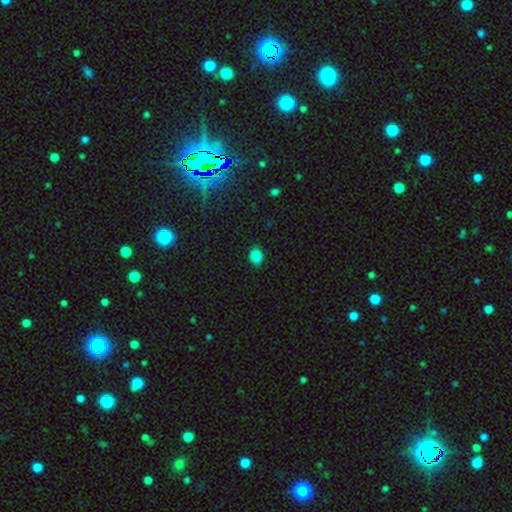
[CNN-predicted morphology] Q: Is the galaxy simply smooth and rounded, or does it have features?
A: smooth — 85%.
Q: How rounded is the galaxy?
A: in between — 55%.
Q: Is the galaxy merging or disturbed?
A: none — 88%.